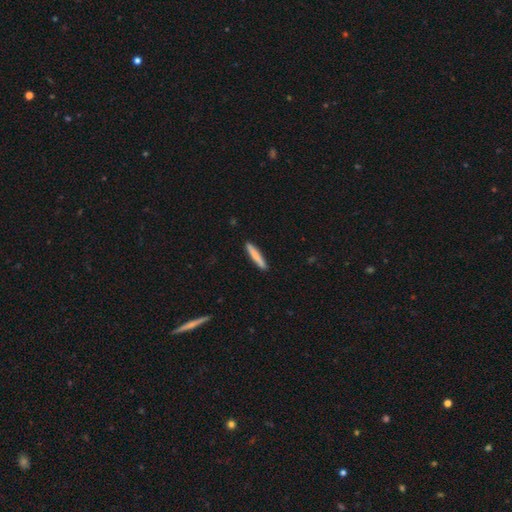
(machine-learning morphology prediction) A smooth galaxy with no disk features (78%) that is cigar-shaped (94%). Merging: none (91%).